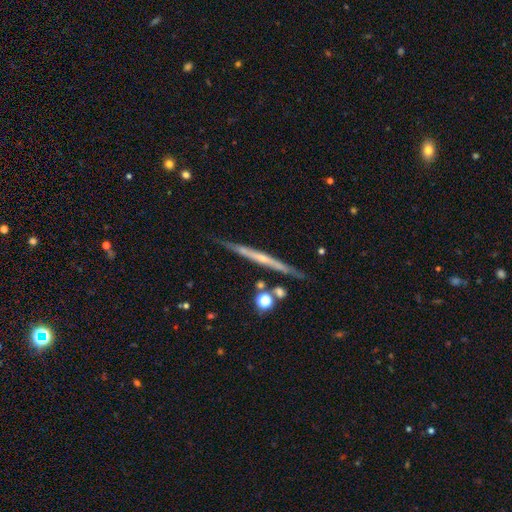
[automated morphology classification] Smooth or featured: featured or disk — 71% (smooth — 22%)
Edge-on disk: yes — 97% (no — 3%)
Edge-on bulge: none — 62% (rounded — 33%)
Merging: none — 85% (minor disturbance — 10%)